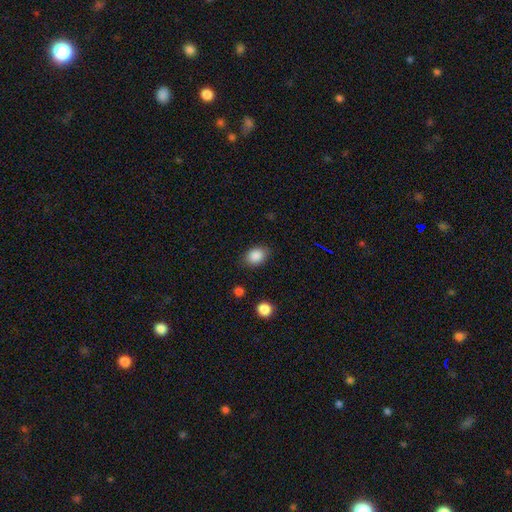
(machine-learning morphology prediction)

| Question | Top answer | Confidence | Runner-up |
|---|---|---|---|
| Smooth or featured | smooth | 87% | star or artifact (9%) |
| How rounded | in between | 70% | round (29%) |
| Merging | none | 81% | minor disturbance (13%) |